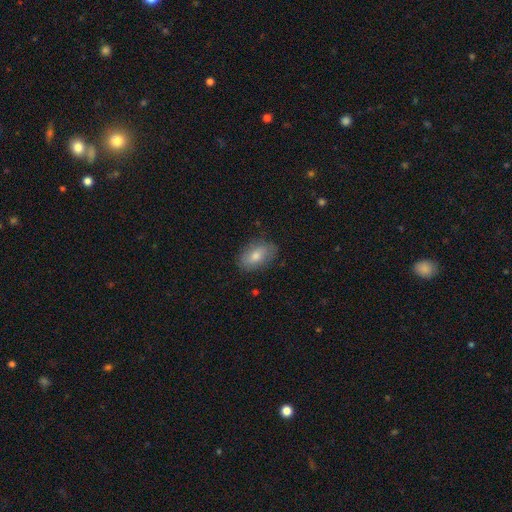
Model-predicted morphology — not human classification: Smooth or featured: smooth — 70% (featured or disk — 21%)
How rounded: in between — 90% (round — 7%)
Merging: none — 81% (minor disturbance — 15%)